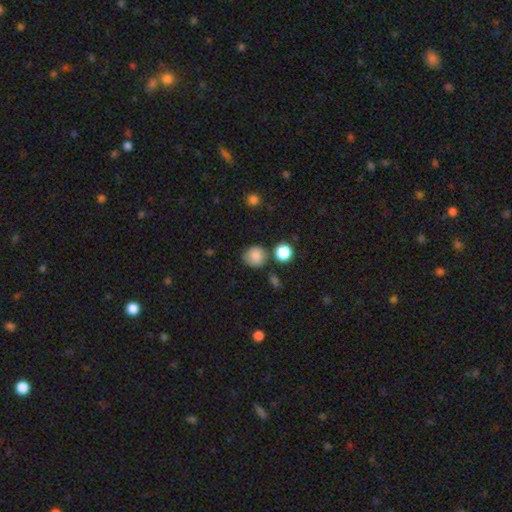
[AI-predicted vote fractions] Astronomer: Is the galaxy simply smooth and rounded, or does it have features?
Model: smooth — 82%.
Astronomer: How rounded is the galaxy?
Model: round — 84%.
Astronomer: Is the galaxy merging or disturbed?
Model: none — 70%.